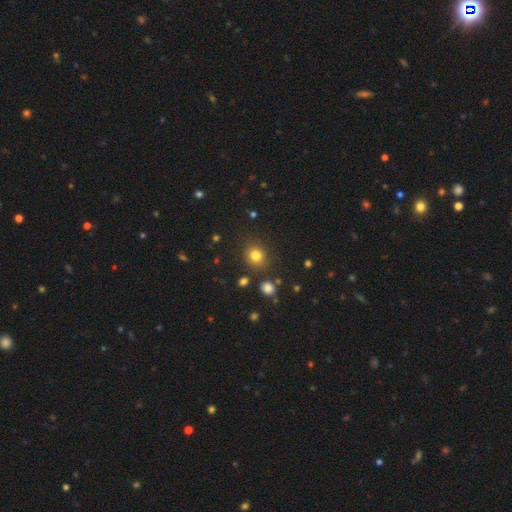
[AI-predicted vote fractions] This is clearly a smooth galaxy (80%). How rounded: clearly round (86%). Merging: clearly none (84%).